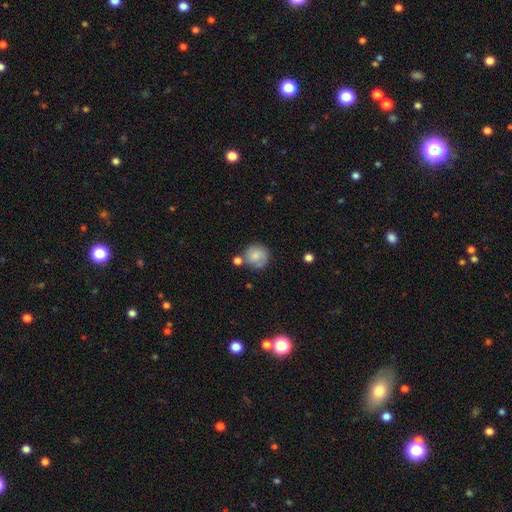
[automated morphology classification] type=smooth (70%); roundness=round (89%); merging=none (61%).